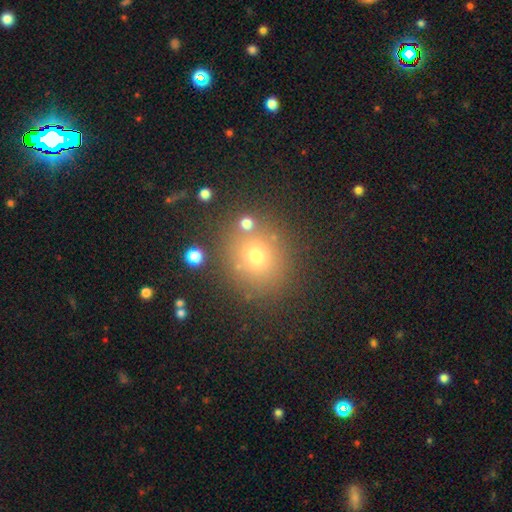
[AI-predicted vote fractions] This is likely a smooth galaxy (69%). How rounded: likely round (79%). Merging: likely none (79%).